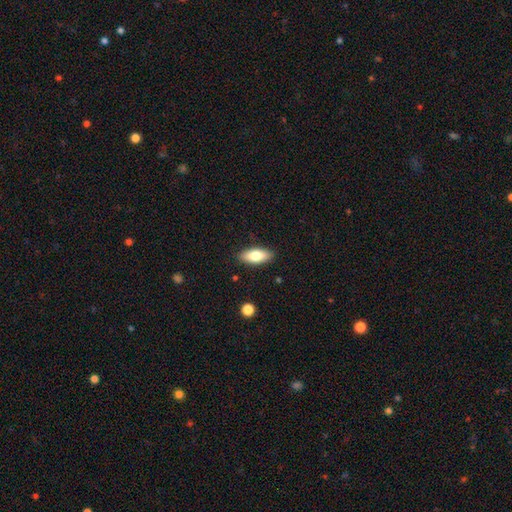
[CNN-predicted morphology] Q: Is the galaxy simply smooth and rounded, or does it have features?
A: smooth — 76%.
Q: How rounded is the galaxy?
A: in between — 80%.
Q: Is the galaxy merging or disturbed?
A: none — 88%.